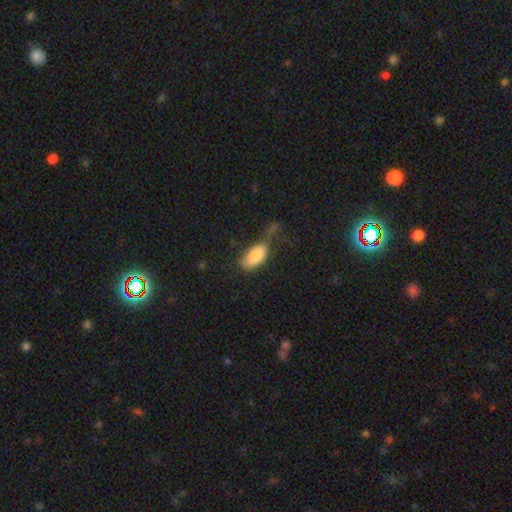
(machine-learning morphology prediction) smooth_or_featured: smooth (p=0.85) [alt: featured or disk p=0.08]
how_rounded: in between (p=0.94) [alt: cigar-shaped p=0.04]
merging: major disturbance (p=0.35) [alt: minor disturbance p=0.29]